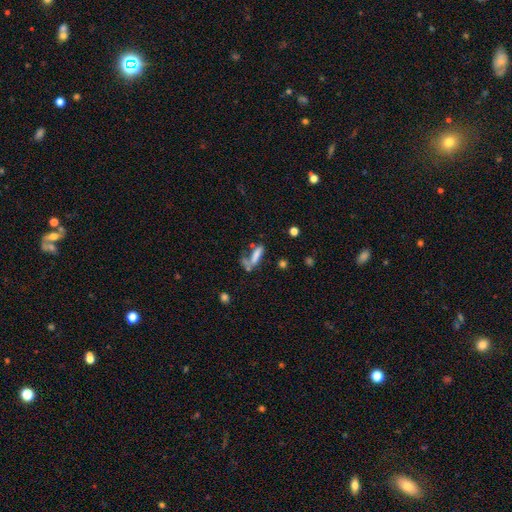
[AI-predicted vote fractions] Smooth or featured: smooth — 67% (featured or disk — 21%)
How rounded: cigar-shaped — 64% (in between — 33%)
Merging: none — 37% (merger — 29%)